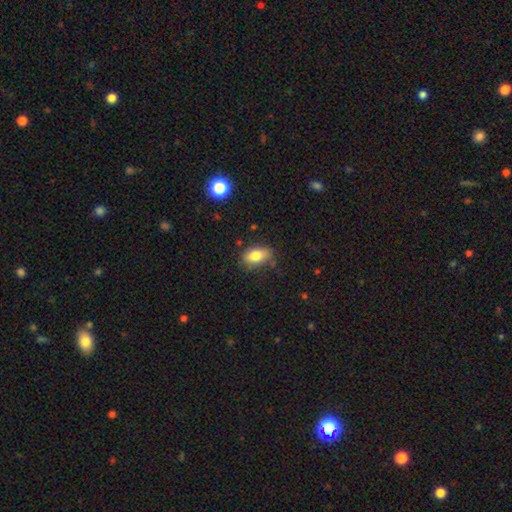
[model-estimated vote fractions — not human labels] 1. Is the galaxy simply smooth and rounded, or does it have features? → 80% smooth, 11% featured or disk, 9% star or artifact.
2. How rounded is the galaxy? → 86% in between, 11% round, 3% cigar-shaped.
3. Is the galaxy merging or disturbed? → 73% none, 20% minor disturbance, 4% major disturbance, 3% merger.